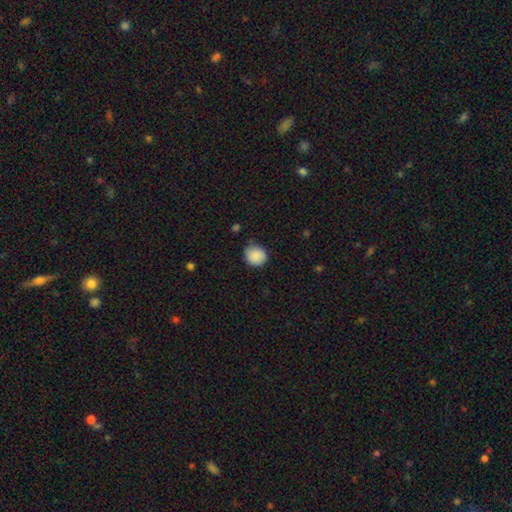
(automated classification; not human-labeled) Morphology: type=smooth (88%); roundness=round (83%); merging=none (76%).